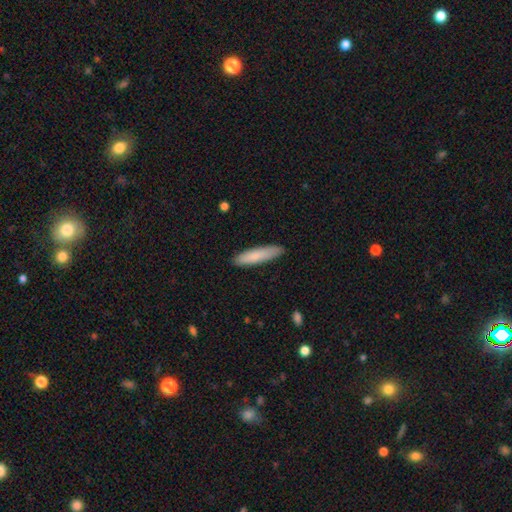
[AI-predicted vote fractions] Smooth or featured?
  - smooth: 83% *
  - featured or disk: 12%
  - star or artifact: 6%
How rounded?
  - cigar-shaped: 82% *
  - in between: 16%
  - round: 1%
Merging?
  - none: 88% *
  - minor disturbance: 9%
  - major disturbance: 2%
  - merger: 1%